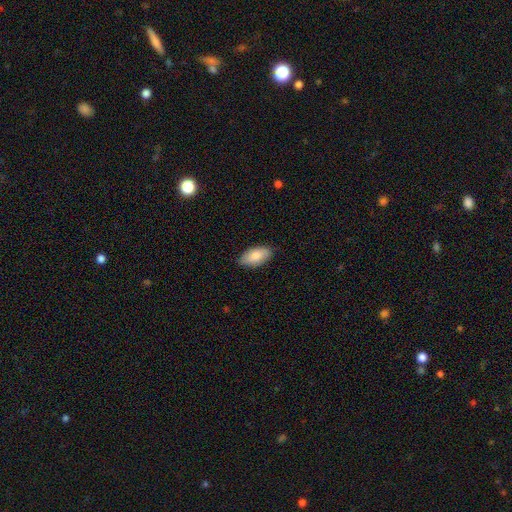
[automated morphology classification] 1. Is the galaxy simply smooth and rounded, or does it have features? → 83% smooth, 11% featured or disk, 6% star or artifact.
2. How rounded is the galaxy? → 94% in between, 3% cigar-shaped, 3% round.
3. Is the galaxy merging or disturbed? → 83% none, 14% minor disturbance, 2% major disturbance, 1% merger.